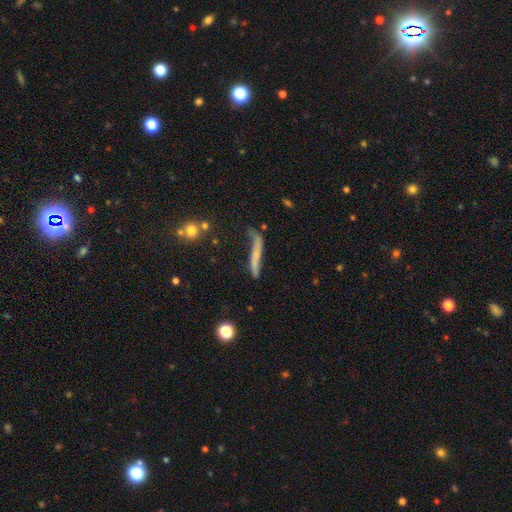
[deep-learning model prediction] smooth-or-featured: featured or disk: 46% | smooth: 45% | star or artifact: 9%
  merging: none: 44% | minor disturbance: 29% | major disturbance: 20% | merger: 8%